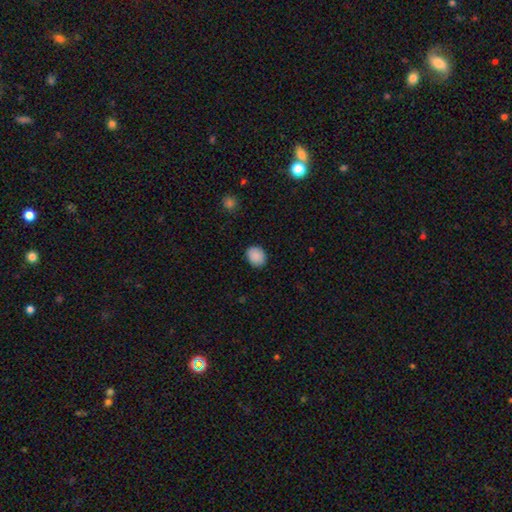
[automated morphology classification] Smooth or featured?
  - smooth: 89% *
  - star or artifact: 8%
  - featured or disk: 3%
How rounded?
  - round: 56% *
  - in between: 43%
  - cigar-shaped: 1%
Merging?
  - none: 88% *
  - minor disturbance: 9%
  - major disturbance: 2%
  - merger: 1%